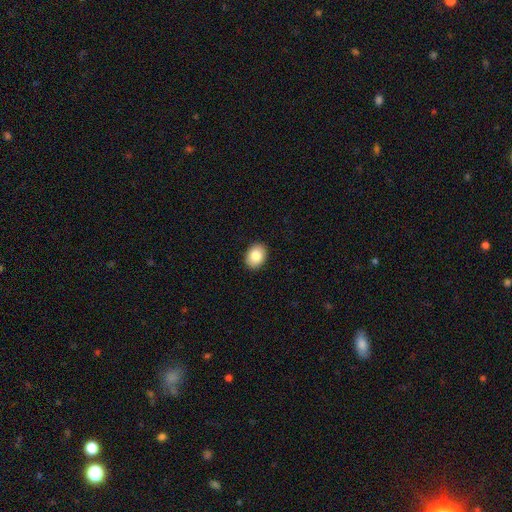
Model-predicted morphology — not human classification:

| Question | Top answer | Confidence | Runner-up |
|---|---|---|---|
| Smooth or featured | smooth | 84% | star or artifact (8%) |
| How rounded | in between | 66% | round (33%) |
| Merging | none | 91% | minor disturbance (6%) |